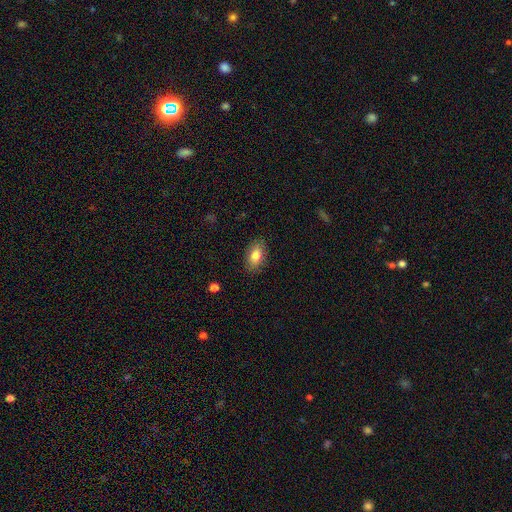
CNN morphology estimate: Smooth or featured? smooth (81%)
How rounded? in between (89%)
Merging? none (86%)